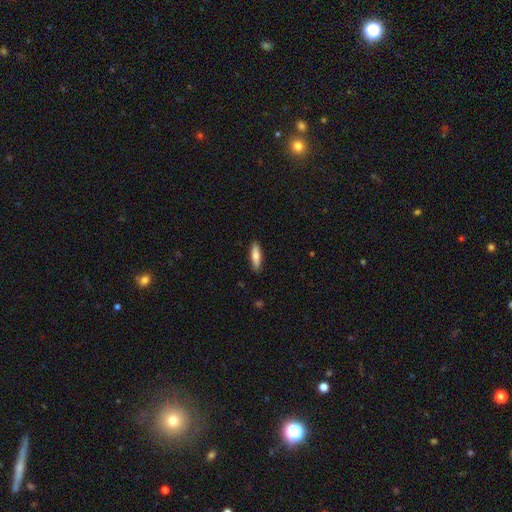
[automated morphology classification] smooth_or_featured: smooth (p=0.72) [alt: featured or disk p=0.22]
how_rounded: cigar-shaped (p=0.61) [alt: in between p=0.37]
merging: none (p=0.88) [alt: minor disturbance p=0.09]